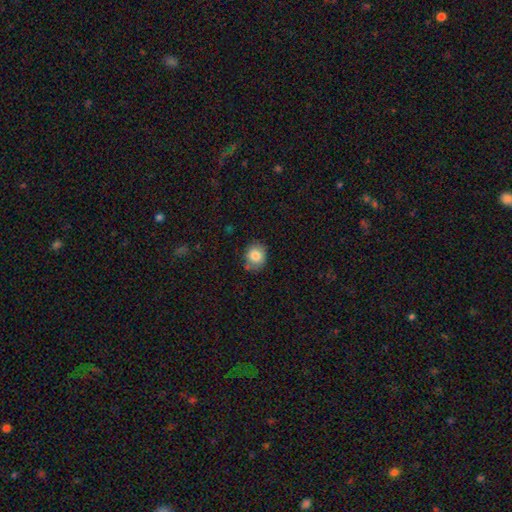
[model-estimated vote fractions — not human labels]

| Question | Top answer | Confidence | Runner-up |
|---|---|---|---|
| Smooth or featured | smooth | 82% | star or artifact (9%) |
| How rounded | round | 67% | in between (32%) |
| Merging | none | 76% | minor disturbance (17%) |